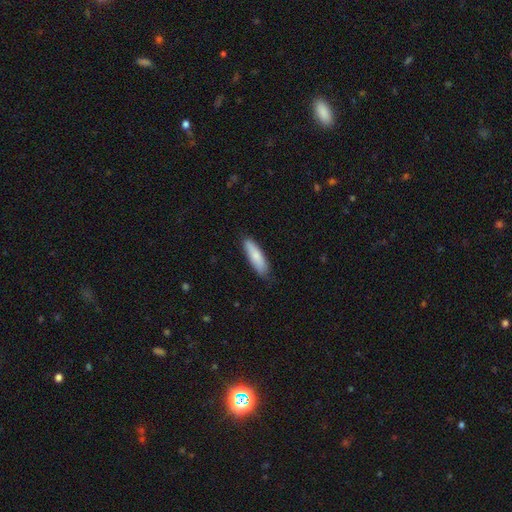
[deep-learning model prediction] smooth 80%, featured or disk 14%, star or artifact 5%. Down the decision tree: how rounded — cigar-shaped (62%); merging — none (81%).